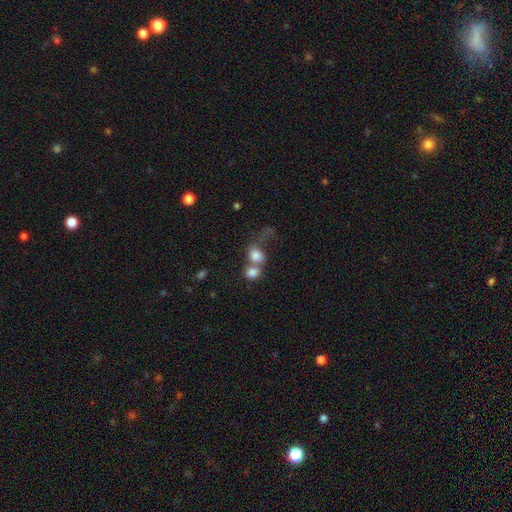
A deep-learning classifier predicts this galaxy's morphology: smooth_or_featured: smooth (p=0.77) [alt: featured or disk p=0.13]
how_rounded: round (p=0.56) [alt: in between p=0.43]
merging: merger (p=0.63) [alt: none p=0.18]